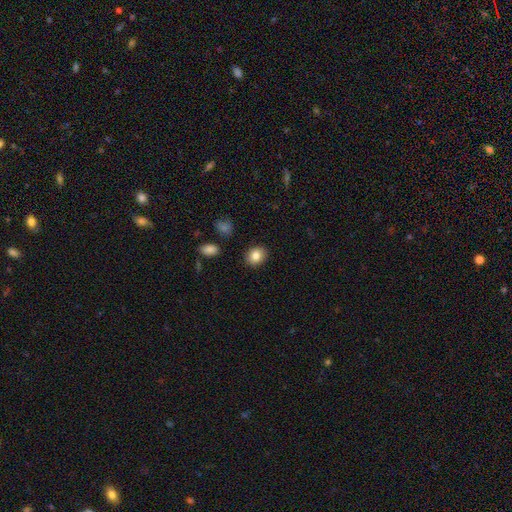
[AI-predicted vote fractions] Smooth or featured? smooth (84%)
How rounded? round (53%)
Merging? none (89%)